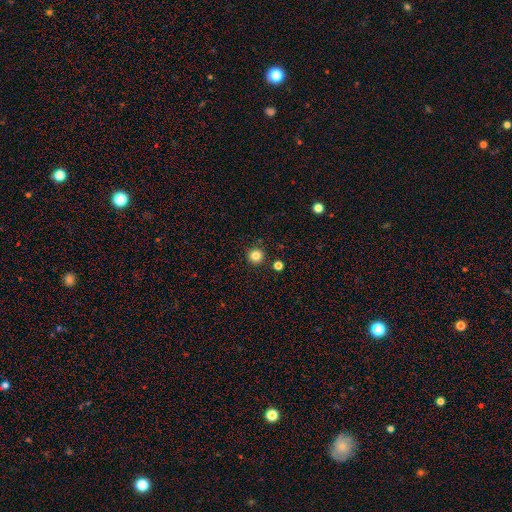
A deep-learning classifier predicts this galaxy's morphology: smooth_or_featured: smooth (p=0.83) [alt: star or artifact p=0.12]
how_rounded: round (p=0.95) [alt: in between p=0.04]
merging: none (p=0.91) [alt: minor disturbance p=0.05]